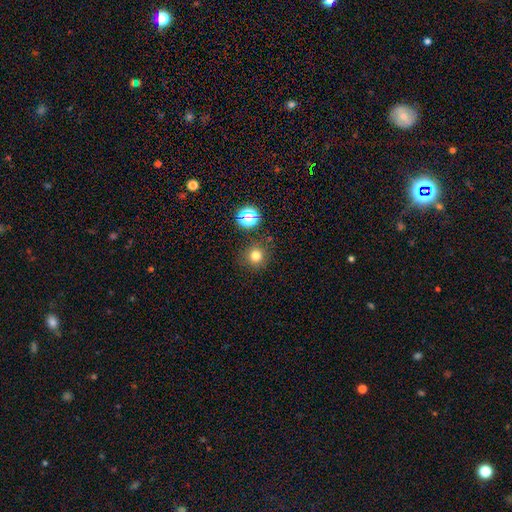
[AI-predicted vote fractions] Morphology: type=smooth (77%); roundness=round (93%); merging=none (86%).